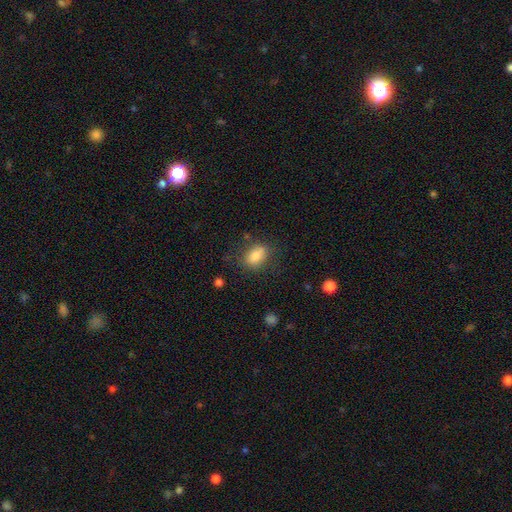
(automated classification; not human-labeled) Smooth or featured? Predicted: smooth (p=0.79). How rounded? Predicted: in between (p=0.80). Merging? Predicted: none (p=0.72).